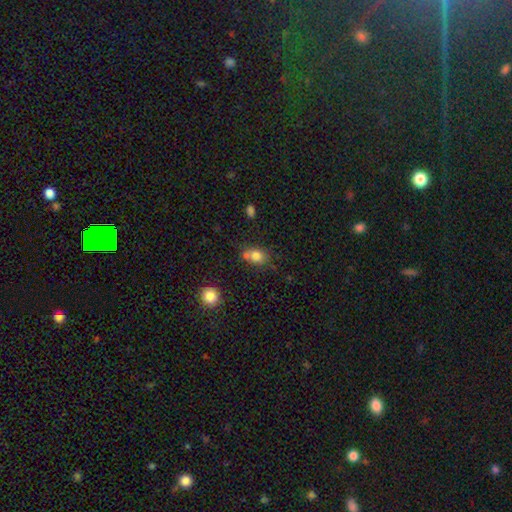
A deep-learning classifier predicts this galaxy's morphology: Smooth or featured: smooth — 79% (star or artifact — 11%)
How rounded: in between — 55% (round — 43%)
Merging: none — 50% (merger — 29%)